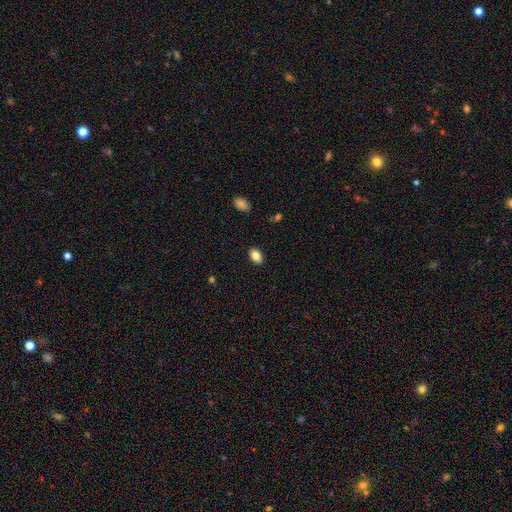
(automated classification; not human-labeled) smooth-or-featured: smooth: 84% | star or artifact: 8% | featured or disk: 8%
  how-rounded: in between: 89% | round: 10% | cigar-shaped: 2%
  merging: none: 88% | minor disturbance: 8% | major disturbance: 2% | merger: 1%